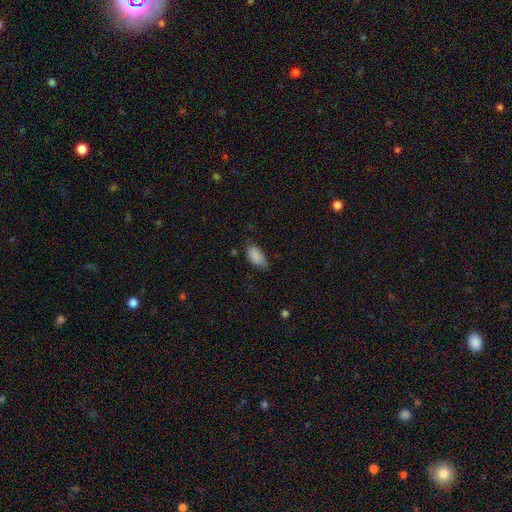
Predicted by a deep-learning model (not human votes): Q: Smooth or featured?
A: smooth (87%); runner-up: star or artifact (7%)
Q: How rounded?
A: in between (93%); runner-up: cigar-shaped (4%)
Q: Merging?
A: none (65%); runner-up: minor disturbance (28%)